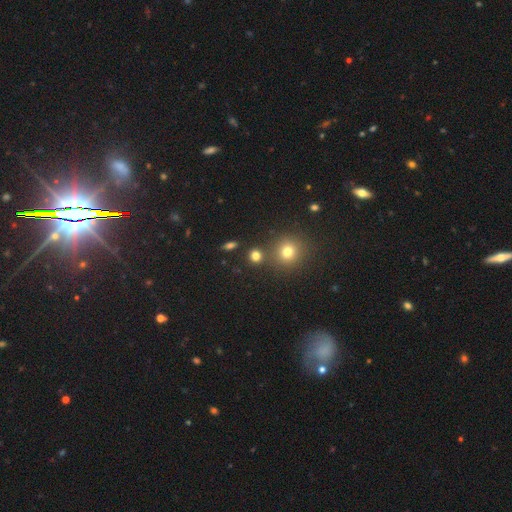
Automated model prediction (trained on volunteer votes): A smooth galaxy with no disk features (76%) that is round (81%).

Vote fractions:
- Smooth or featured? smooth: 76% / star or artifact: 18% / featured or disk: 6%
- How rounded? round: 81% / in between: 17% / cigar-shaped: 2%
- Merging? none: 80% / merger: 10% / minor disturbance: 7% / major disturbance: 3%